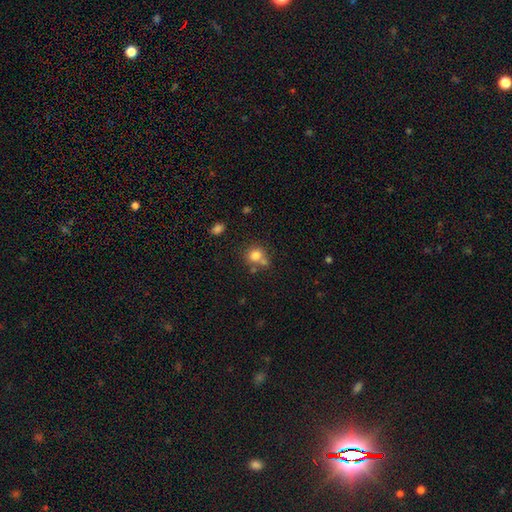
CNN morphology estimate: Smooth or featured? smooth (78%)
How rounded? round (77%)
Merging? none (52%)